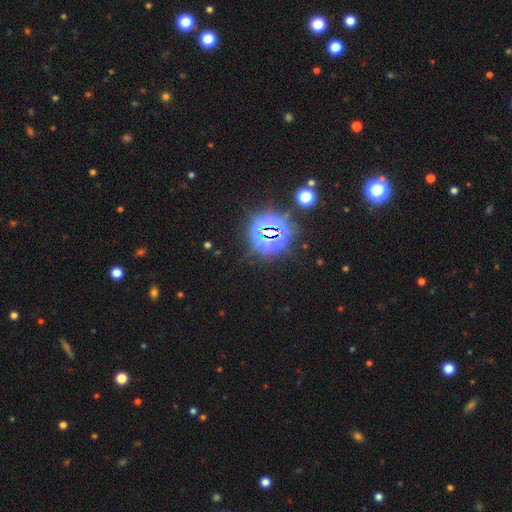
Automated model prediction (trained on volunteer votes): Overall: star or artifact (82%).